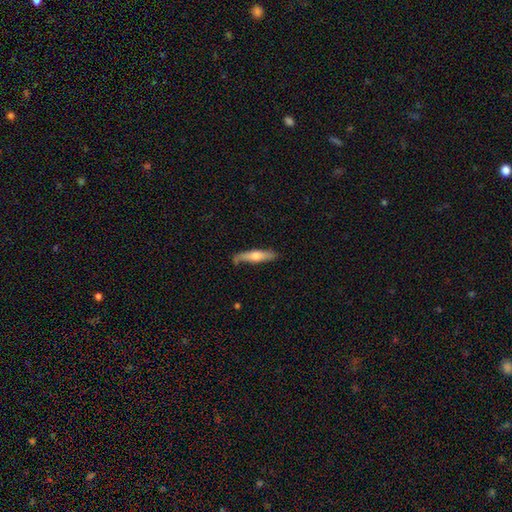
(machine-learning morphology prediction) This appears to be a smooth galaxy with no disk features (52%) that is cigar-shaped (83%). Merging: none (73%).